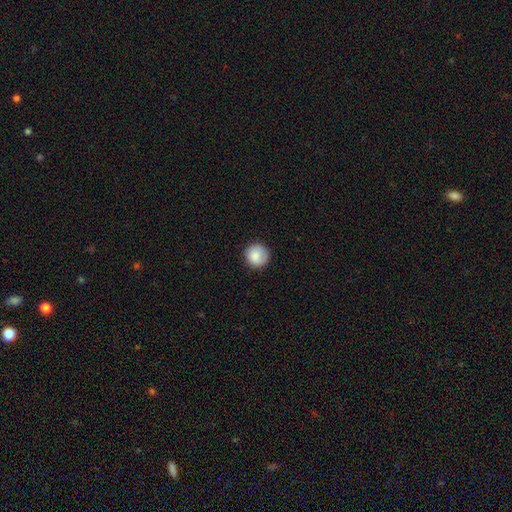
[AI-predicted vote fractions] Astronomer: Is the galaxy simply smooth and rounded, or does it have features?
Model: smooth — 84%.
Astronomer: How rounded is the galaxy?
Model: round — 95%.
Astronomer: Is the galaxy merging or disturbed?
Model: none — 85%.